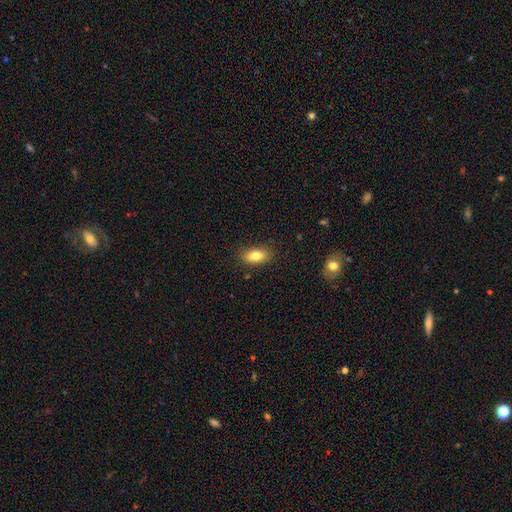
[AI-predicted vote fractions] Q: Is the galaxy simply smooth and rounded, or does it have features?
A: smooth — 79%.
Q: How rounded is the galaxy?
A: in between — 86%.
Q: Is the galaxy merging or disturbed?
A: none — 86%.